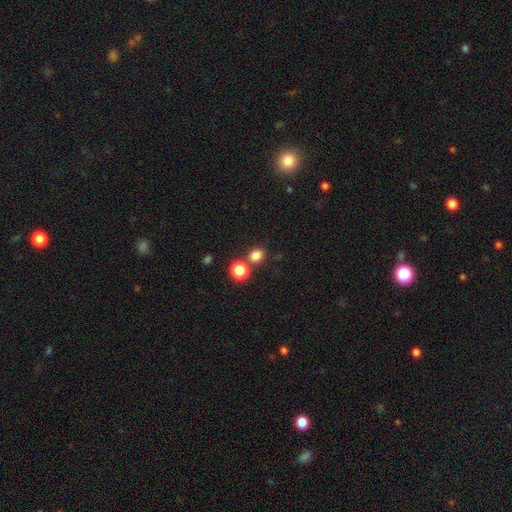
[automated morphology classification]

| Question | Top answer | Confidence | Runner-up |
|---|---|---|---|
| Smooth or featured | smooth | 81% | star or artifact (14%) |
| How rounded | round | 72% | in between (27%) |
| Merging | none | 71% | merger (17%) |